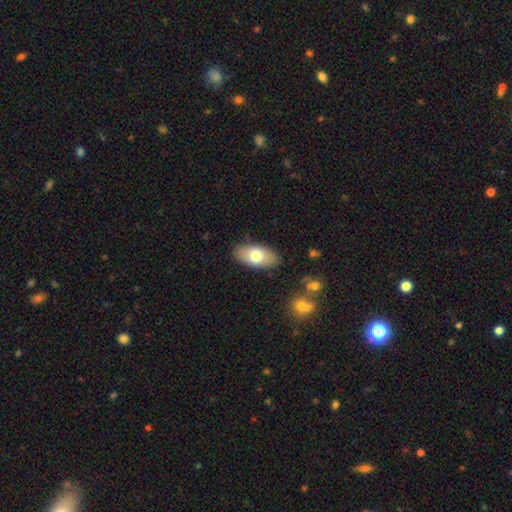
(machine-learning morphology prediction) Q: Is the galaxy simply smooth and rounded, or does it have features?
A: smooth — 72%.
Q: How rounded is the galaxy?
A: in between — 93%.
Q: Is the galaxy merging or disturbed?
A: none — 87%.